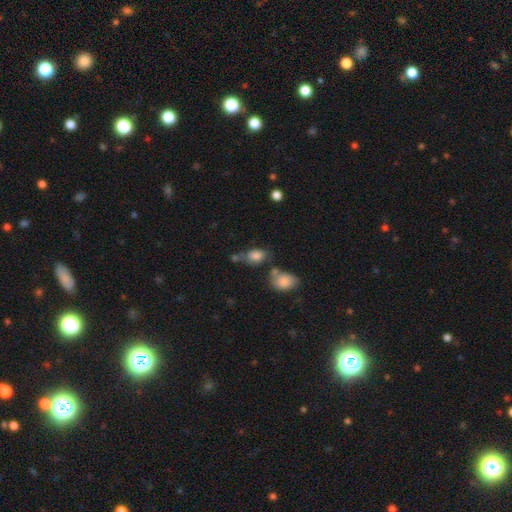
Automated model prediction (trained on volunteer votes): Smooth or featured? Predicted: smooth (p=0.82). How rounded? Predicted: in between (p=0.80). Merging? Predicted: none (p=0.47).